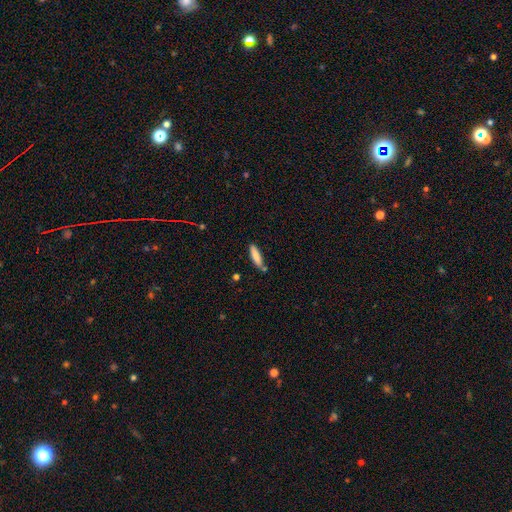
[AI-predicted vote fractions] Smooth or featured: smooth — 80% (featured or disk — 14%)
How rounded: cigar-shaped — 75% (in between — 24%)
Merging: none — 73% (minor disturbance — 16%)